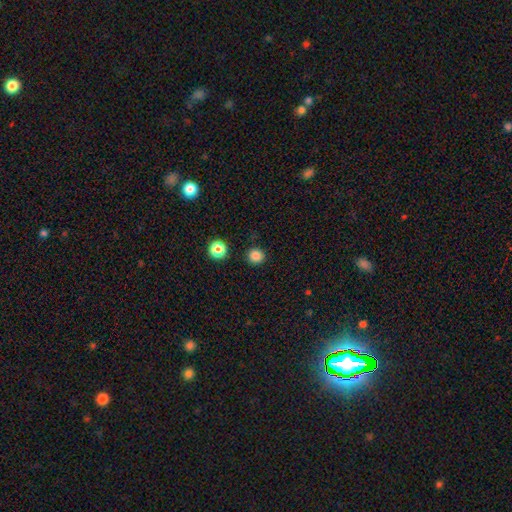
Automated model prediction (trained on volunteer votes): Q: Smooth or featured?
A: smooth (84%); runner-up: star or artifact (13%)
Q: How rounded?
A: round (93%); runner-up: in between (6%)
Q: Merging?
A: none (90%); runner-up: minor disturbance (6%)